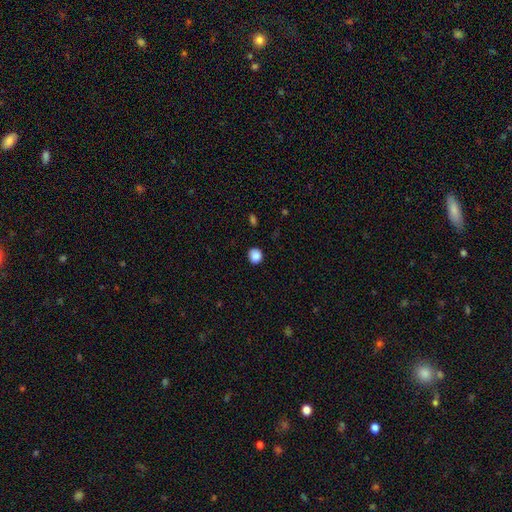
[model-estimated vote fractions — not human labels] Smooth or featured?
  - smooth: 88% *
  - star or artifact: 9%
  - featured or disk: 3%
How rounded?
  - round: 84% *
  - in between: 15%
  - cigar-shaped: 1%
Merging?
  - none: 88% *
  - minor disturbance: 9%
  - major disturbance: 2%
  - merger: 1%